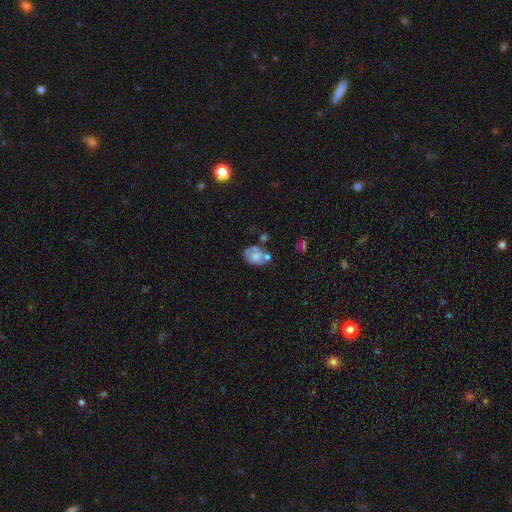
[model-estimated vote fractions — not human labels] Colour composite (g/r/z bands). It shows a smooth galaxy with no disk features (54%) that is in between round and cigar-shaped (69%). Merging: none (37%).